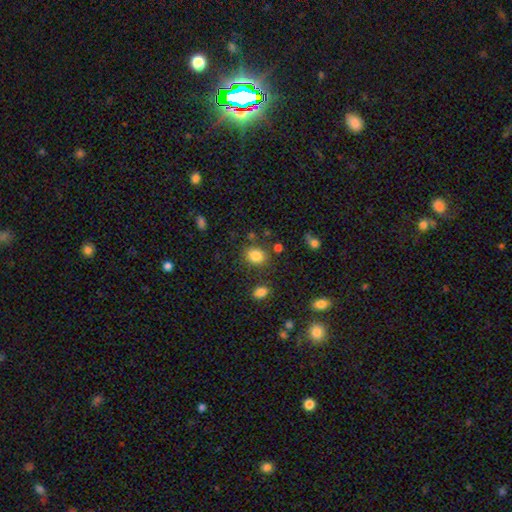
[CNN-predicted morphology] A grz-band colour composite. It shows a smooth galaxy with no disk features (84%) that is round (53%). Merging: none (77%).